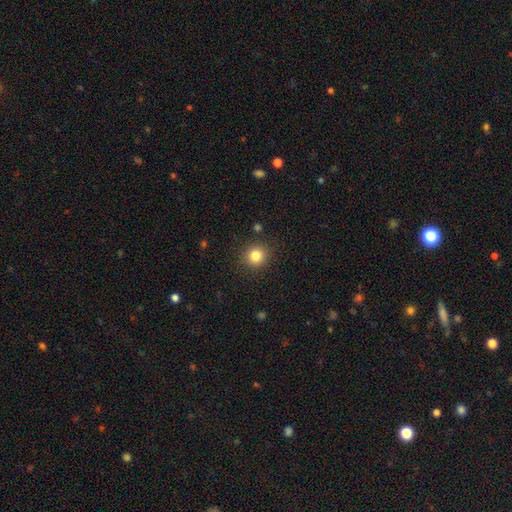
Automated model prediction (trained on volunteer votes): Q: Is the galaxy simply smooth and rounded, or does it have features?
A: smooth — 83%.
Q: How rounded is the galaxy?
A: round — 90%.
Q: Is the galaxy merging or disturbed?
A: none — 89%.